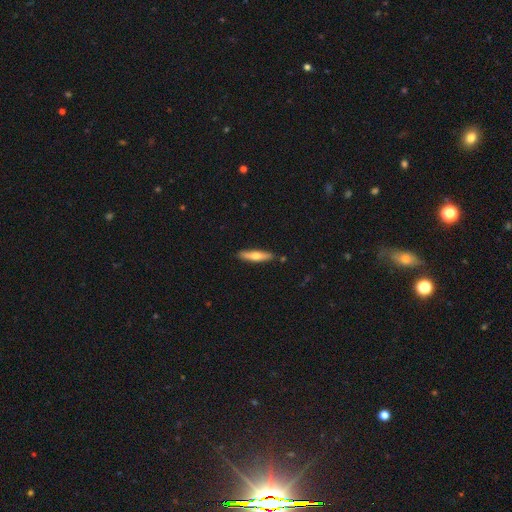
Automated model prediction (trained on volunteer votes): A smooth galaxy with no disk features (57%) that is cigar-shaped (84%).

Vote fractions:
- Smooth or featured? smooth: 57% / featured or disk: 37% / star or artifact: 5%
- How rounded? cigar-shaped: 84% / in between: 15% / round: 2%
- Merging? none: 87% / minor disturbance: 9% / merger: 2% / major disturbance: 2%